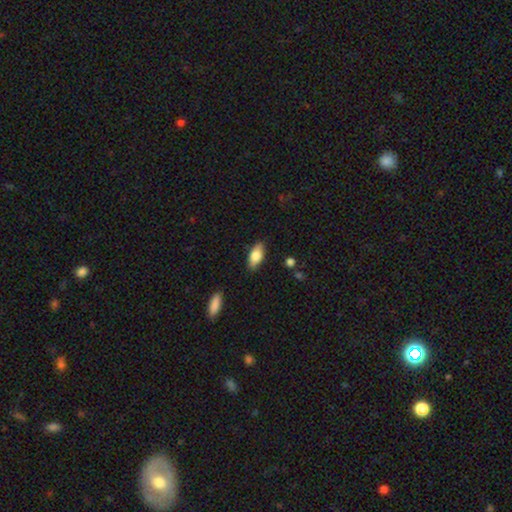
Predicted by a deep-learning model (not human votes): Smooth or featured? smooth (78%)
How rounded? in between (85%)
Merging? none (85%)